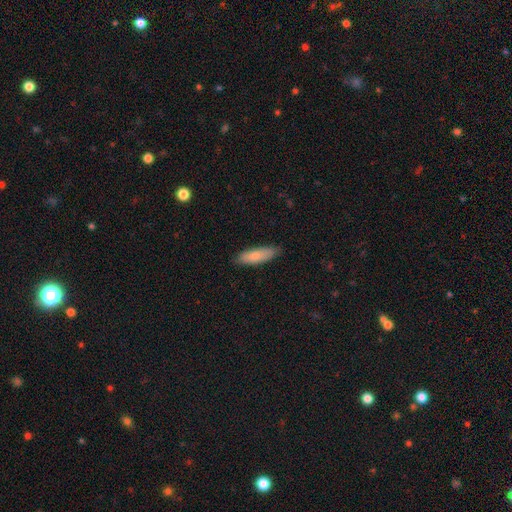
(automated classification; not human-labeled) Smooth or featured? smooth (78%)
How rounded? cigar-shaped (53%)
Merging? none (85%)